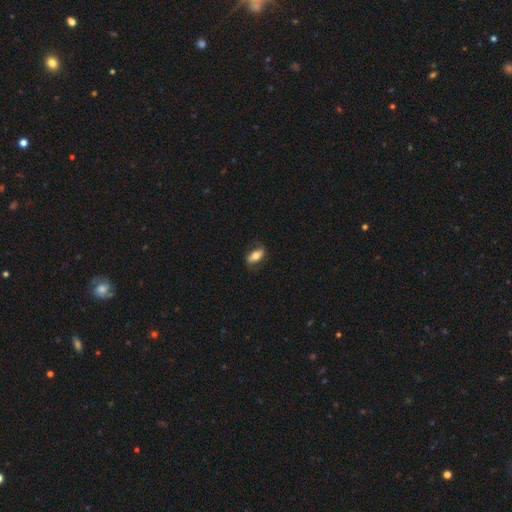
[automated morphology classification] smooth_or_featured: smooth (p=0.62) [alt: featured or disk p=0.31]
how_rounded: in between (p=0.81) [alt: cigar-shaped p=0.14]
merging: none (p=0.73) [alt: minor disturbance p=0.19]